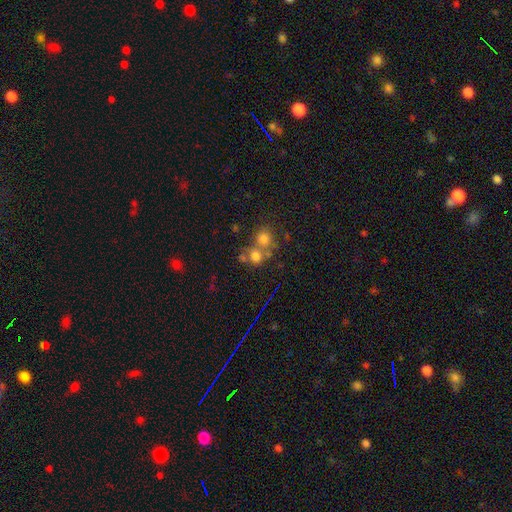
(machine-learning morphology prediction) This appears to be a smooth galaxy with no disk features (70%) that is round (78%). Merging: merger (45%).